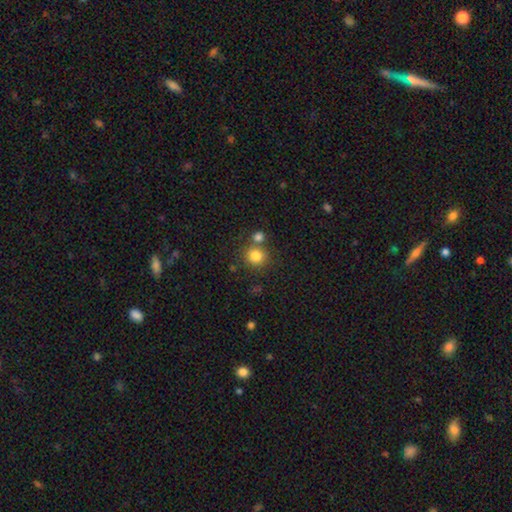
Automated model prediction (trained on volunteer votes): Smooth or featured? smooth (82%)
How rounded? round (90%)
Merging? none (70%)